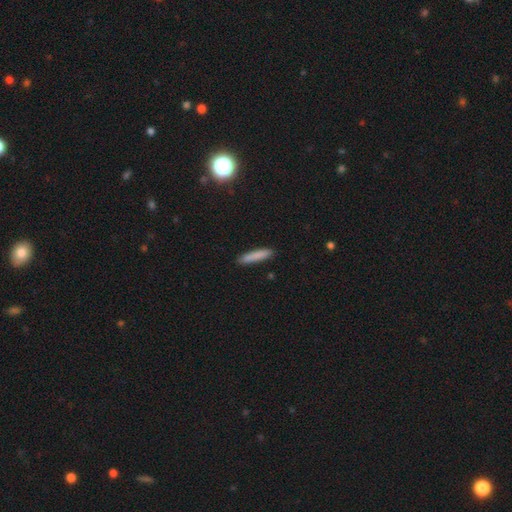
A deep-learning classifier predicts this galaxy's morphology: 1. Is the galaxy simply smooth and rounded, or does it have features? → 85% smooth, 9% featured or disk, 6% star or artifact.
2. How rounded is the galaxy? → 89% cigar-shaped, 9% in between, 1% round.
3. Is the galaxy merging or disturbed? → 89% none, 8% minor disturbance, 2% major disturbance, 1% merger.